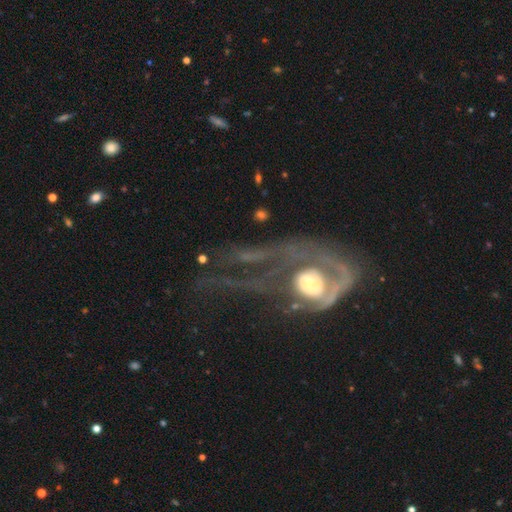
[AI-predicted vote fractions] A featured or disk galaxy (74%) with no bar (79%), spiral arms (63%) and a moderate central bulge (45%).

Vote fractions:
- Smooth or featured? featured or disk: 74% / smooth: 15% / star or artifact: 12%
- Edge-on disk? no: 94% / yes: 6%
- Bar? no: 79% / weak: 15% / strong: 6%
- Spiral arms? yes: 63% / no: 37%
- Bulge size? moderate: 45% / large: 36% / small: 8% / dominant: 7% / none: 4%
- Merging? major disturbance: 57% / none: 23% / minor disturbance: 12% / merger: 7%